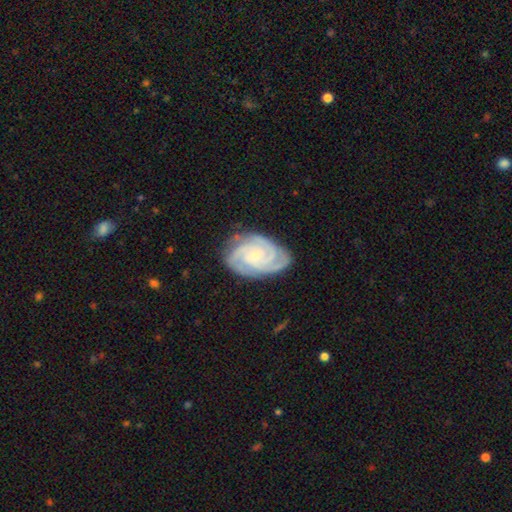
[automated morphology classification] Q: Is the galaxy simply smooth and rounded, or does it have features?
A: featured or disk — 90%.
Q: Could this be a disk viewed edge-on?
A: no — 98%.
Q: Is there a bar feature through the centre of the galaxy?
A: no — 66%.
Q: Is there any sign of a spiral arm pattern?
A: yes — 99%.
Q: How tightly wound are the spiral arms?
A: tight — 74%.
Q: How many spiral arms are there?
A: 3 — 49%.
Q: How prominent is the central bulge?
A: small — 73%.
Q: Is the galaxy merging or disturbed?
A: none — 78%.